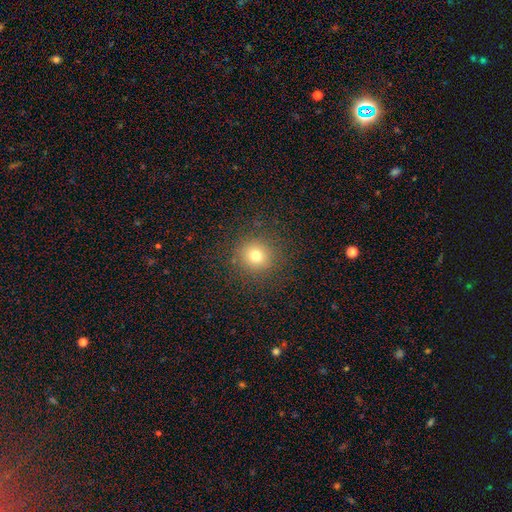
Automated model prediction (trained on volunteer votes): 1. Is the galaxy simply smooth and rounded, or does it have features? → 76% smooth, 16% star or artifact, 8% featured or disk.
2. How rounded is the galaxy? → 91% round, 8% in between, 1% cigar-shaped.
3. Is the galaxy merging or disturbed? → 89% none, 7% minor disturbance, 3% major disturbance, 1% merger.